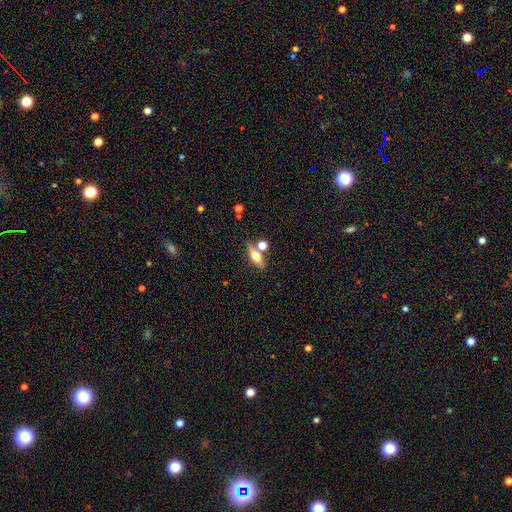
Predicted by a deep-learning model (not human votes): Smooth or featured: smooth — 51% (featured or disk — 40%)
How rounded: in between — 59% (cigar-shaped — 33%)
Merging: none — 68% (merger — 17%)